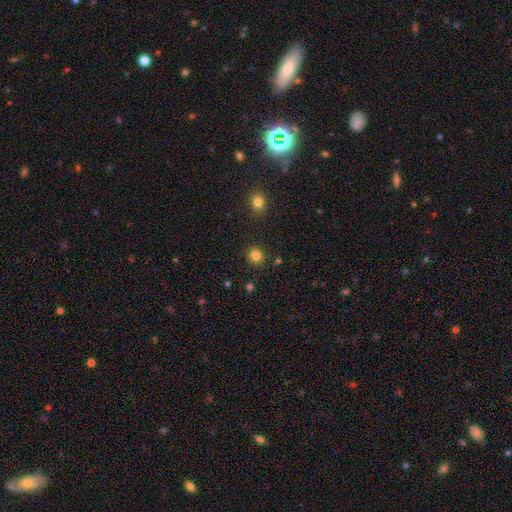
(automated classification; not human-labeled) A smooth galaxy with no disk features (83%) that is round (90%).

Vote fractions:
- Smooth or featured? smooth: 83% / star or artifact: 13% / featured or disk: 4%
- How rounded? round: 90% / in between: 9% / cigar-shaped: 1%
- Merging? none: 90% / minor disturbance: 6% / major disturbance: 2% / merger: 2%